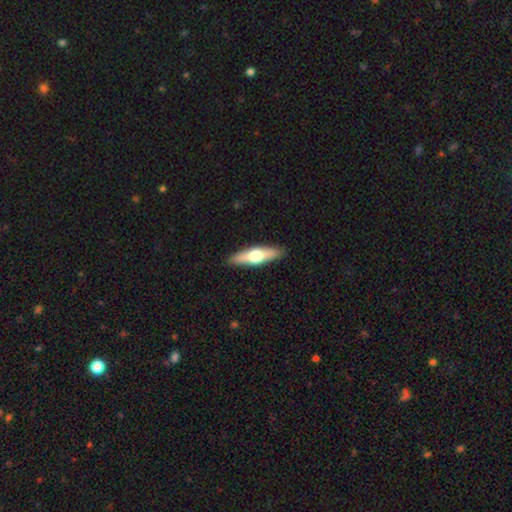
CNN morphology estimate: Smooth or featured? featured or disk (50%)
Edge-on disk? yes (91%)
Merging? none (90%)